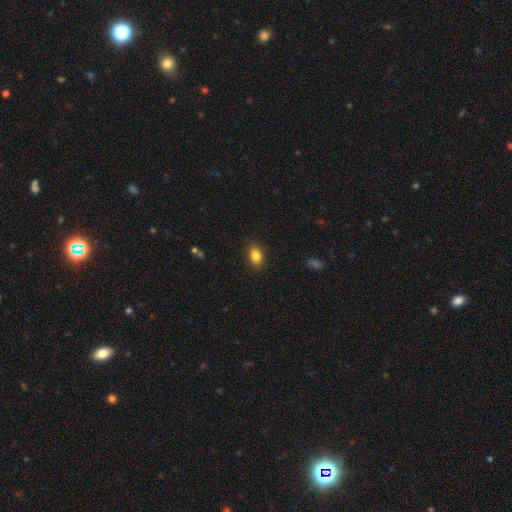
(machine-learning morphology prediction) Smooth or featured? Predicted: smooth (p=0.85). How rounded? Predicted: in between (p=0.84). Merging? Predicted: none (p=0.89).